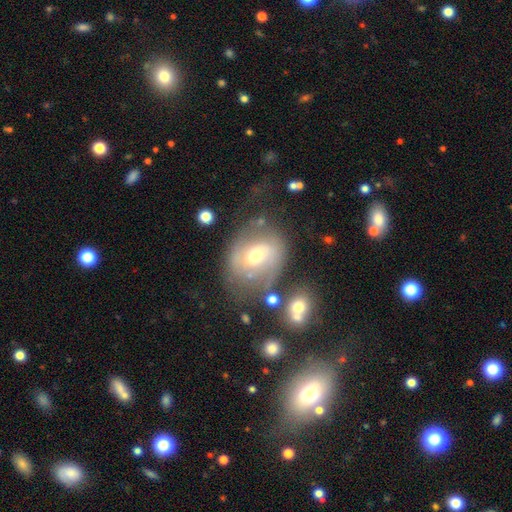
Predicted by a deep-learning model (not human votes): featured or disk 61%, smooth 29%, star or artifact 10%. Down the decision tree: edge-on disk — no (96%); bar — no (46%); spiral arms — yes (71%); bulge size — moderate (58%); merging — none (55%).